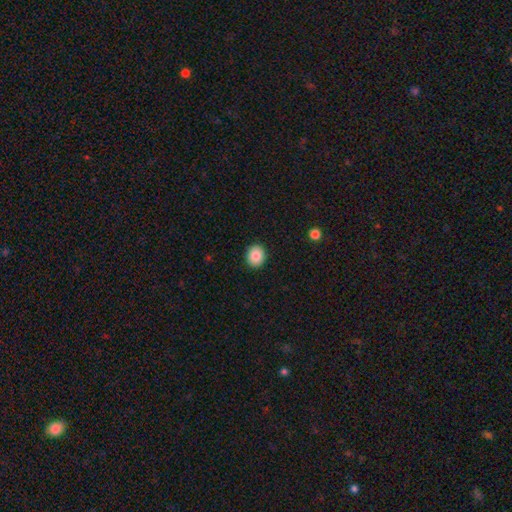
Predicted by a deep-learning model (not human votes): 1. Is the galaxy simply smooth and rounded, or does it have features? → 86% smooth, 8% star or artifact, 5% featured or disk.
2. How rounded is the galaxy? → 72% round, 28% in between, 1% cigar-shaped.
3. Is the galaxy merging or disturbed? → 91% none, 6% minor disturbance, 2% major disturbance, 1% merger.